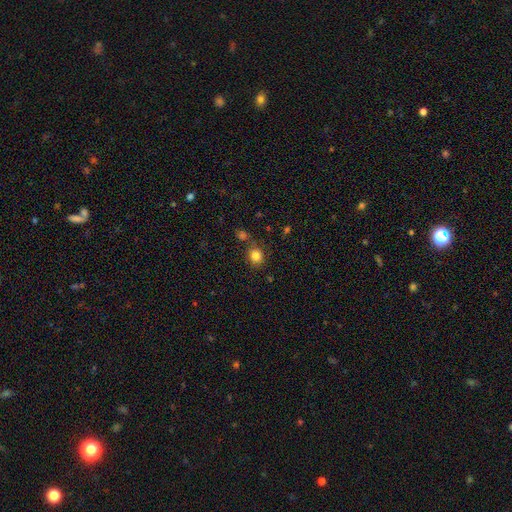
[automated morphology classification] Smooth or featured? smooth (82%)
How rounded? round (74%)
Merging? none (69%)